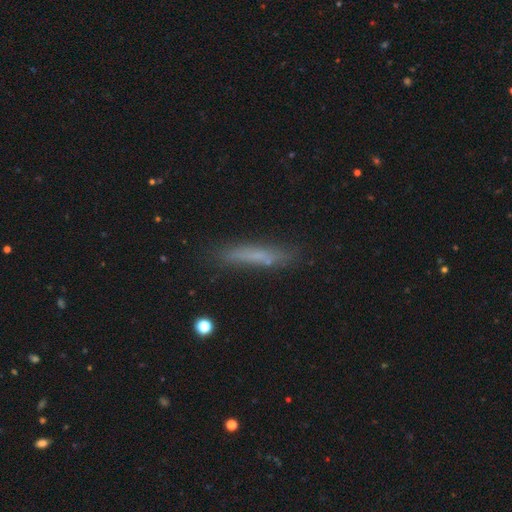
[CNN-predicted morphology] smooth 61%, featured or disk 30%, star or artifact 10%. Down the decision tree: how rounded — cigar-shaped (91%); merging — none (78%).